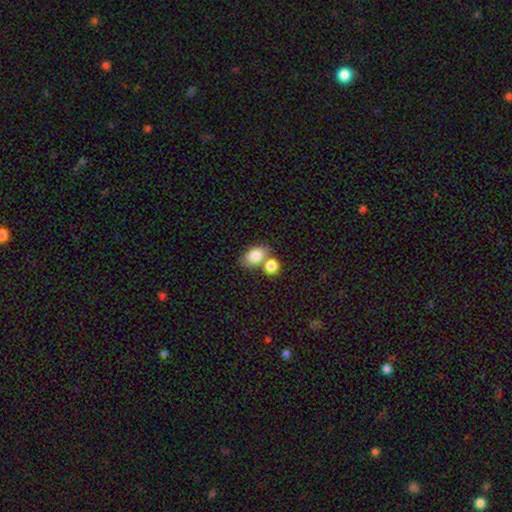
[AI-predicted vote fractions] The model was most divided on "merging": none: 48%, merger: 37%, minor disturbance: 11%, major disturbance: 4%. More confident: smooth or featured — smooth (81%); how rounded — in between (81%).